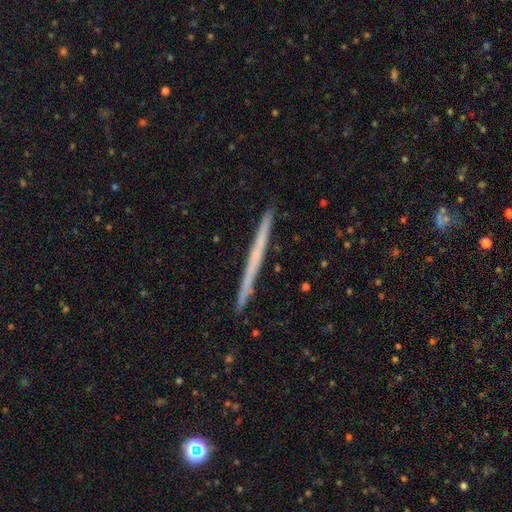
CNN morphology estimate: A featured or disk galaxy (55%) viewed edge-on (98%) with no central bulge (84%). Merging: none (92%).